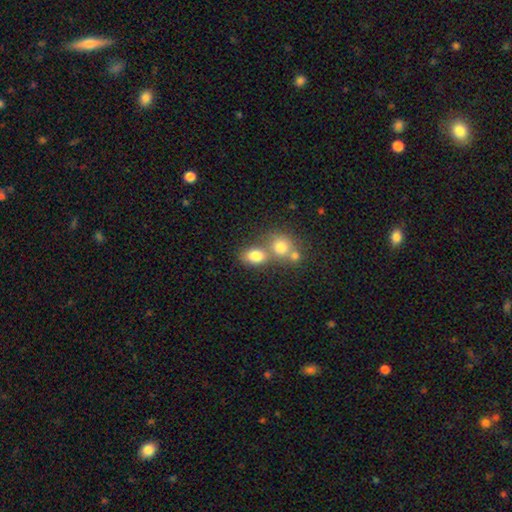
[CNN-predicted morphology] Smooth or featured?
  - smooth: 79% *
  - star or artifact: 11%
  - featured or disk: 10%
How rounded?
  - in between: 61% *
  - round: 38%
  - cigar-shaped: 1%
Merging?
  - merger: 43% * (tied)
  - none: 43% * (tied)
  - minor disturbance: 10%
  - major disturbance: 4%